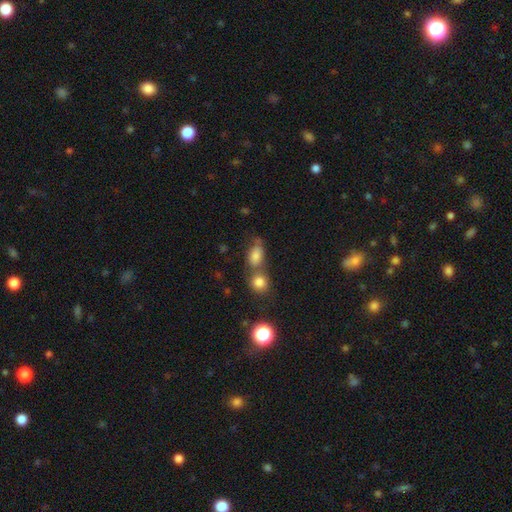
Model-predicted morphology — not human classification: smooth-or-featured: smooth: 77% | star or artifact: 12% | featured or disk: 11%
  how-rounded: in between: 77% | round: 20% | cigar-shaped: 3%
  merging: merger: 41% | none: 40% | minor disturbance: 13% | major disturbance: 6%